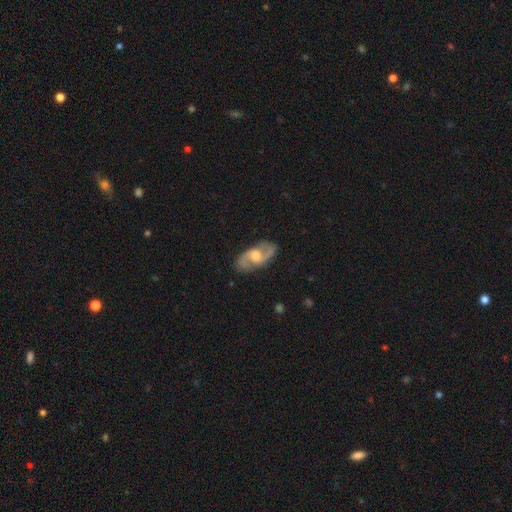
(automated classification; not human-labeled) Smooth or featured: featured or disk — 83% (smooth — 12%)
Edge-on disk: no — 95% (yes — 5%)
Bar: weak — 45% (tied with no — 45%)
Spiral arms: yes — 94% (no — 6%)
Spiral winding: medium — 52% (loose — 32%)
Spiral arm count: 2 — 92% (can't tell — 4%)
Bulge size: moderate — 62% (large — 17%)
Merging: none — 84% (minor disturbance — 12%)